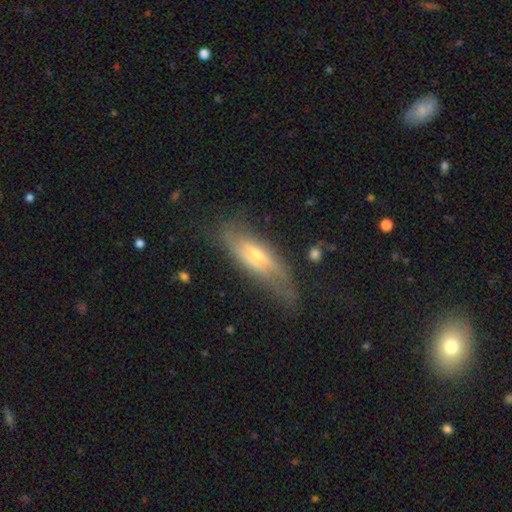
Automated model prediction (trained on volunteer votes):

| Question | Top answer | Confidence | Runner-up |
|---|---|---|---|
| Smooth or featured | featured or disk | 56% | smooth (37%) |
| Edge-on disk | yes | 65% | no (35%) |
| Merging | none | 58% | minor disturbance (27%) |